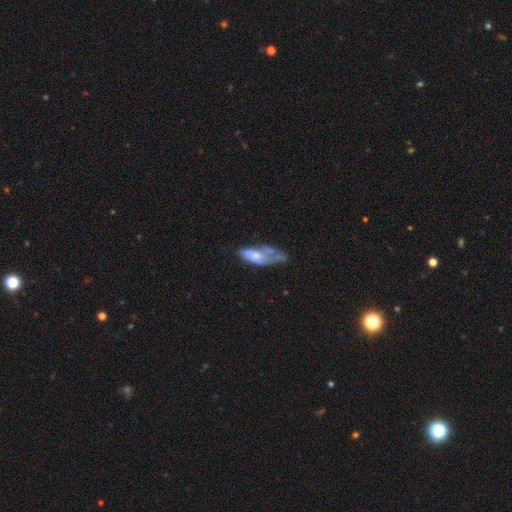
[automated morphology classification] A smooth galaxy with no disk features (46%, tied with featured or disk). Merging: major disturbance (32%).